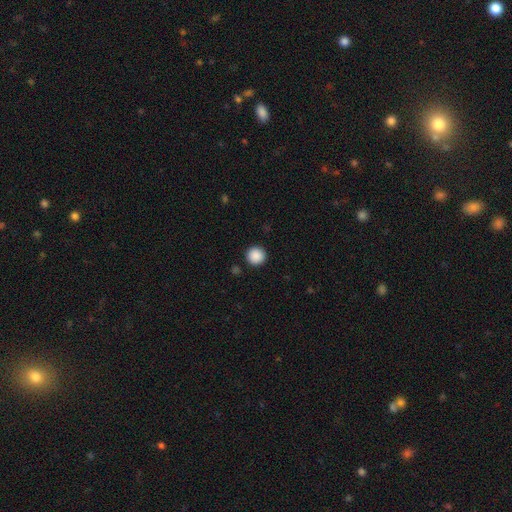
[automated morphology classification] The model was most divided on "smooth or featured": smooth: 89%, star or artifact: 9%, featured or disk: 2%. More confident: how rounded — round (96%); merging — none (92%).